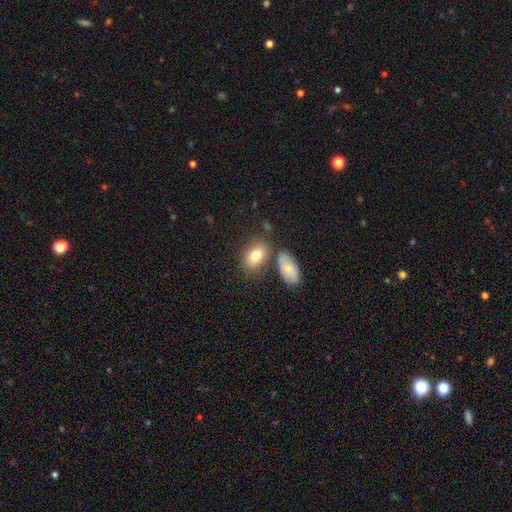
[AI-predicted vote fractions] Smooth or featured: smooth — 78% (featured or disk — 13%)
How rounded: in between — 82% (round — 16%)
Merging: none — 64% (merger — 18%)